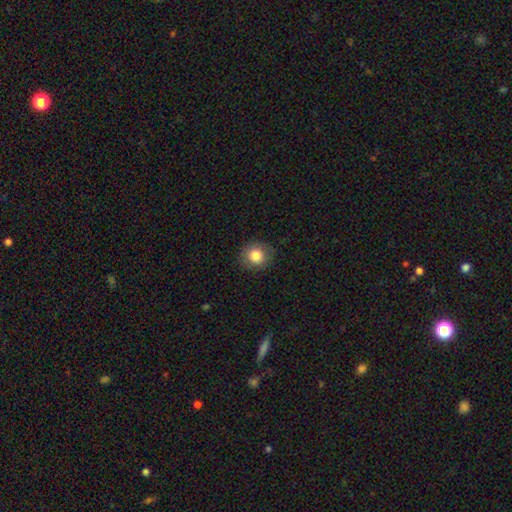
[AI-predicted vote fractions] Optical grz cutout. It shows a smooth galaxy with no disk features (82%) that is round (85%). Merging: none (84%).